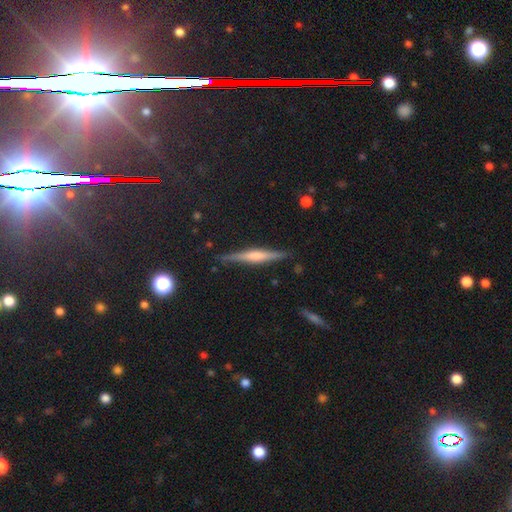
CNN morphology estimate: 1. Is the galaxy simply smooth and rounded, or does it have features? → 63% featured or disk, 27% smooth, 10% star or artifact.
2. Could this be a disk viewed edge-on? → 97% yes, 3% no.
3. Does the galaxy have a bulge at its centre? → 55% rounded, 26% boxy, 20% none.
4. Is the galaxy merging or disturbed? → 88% none, 9% minor disturbance, 2% major disturbance, 1% merger.